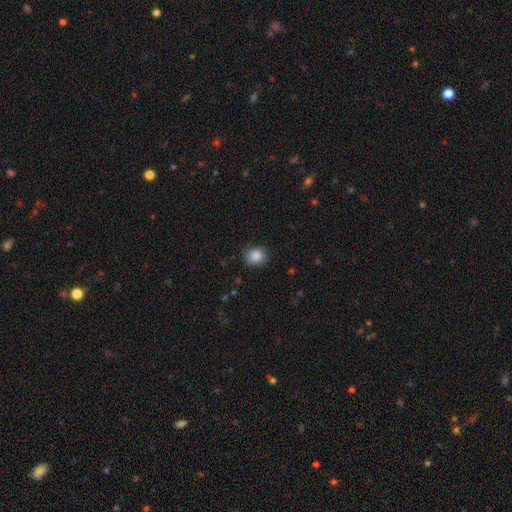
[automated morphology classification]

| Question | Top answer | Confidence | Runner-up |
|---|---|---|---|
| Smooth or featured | smooth | 85% | star or artifact (10%) |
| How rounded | round | 79% | in between (20%) |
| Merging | none | 86% | minor disturbance (10%) |